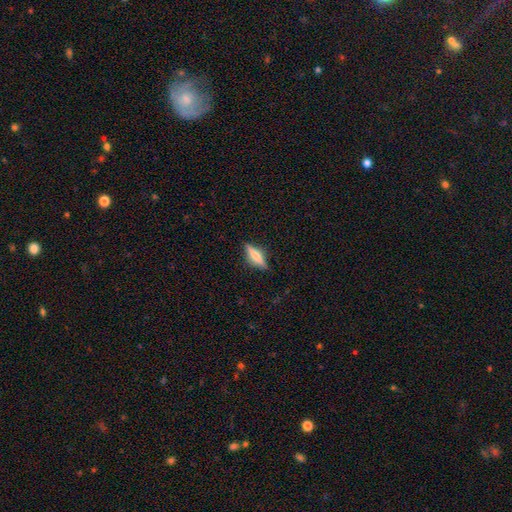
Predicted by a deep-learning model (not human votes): The model was most divided on "smooth or featured": smooth: 49%, featured or disk: 43%, star or artifact: 8%. More confident: merging — none (85%).